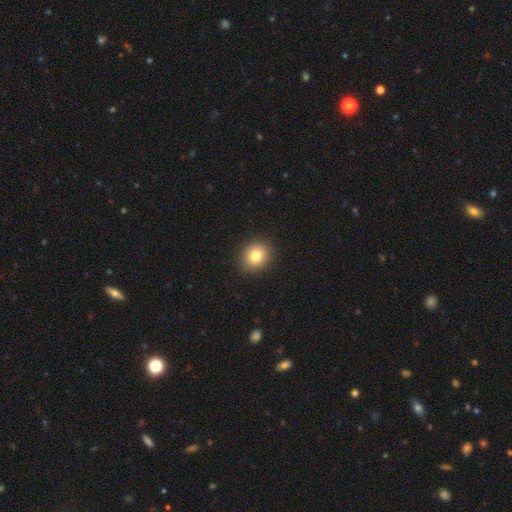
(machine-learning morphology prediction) Smooth or featured? Predicted: smooth (p=0.81). How rounded? Predicted: round (p=0.78). Merging? Predicted: none (p=0.91).